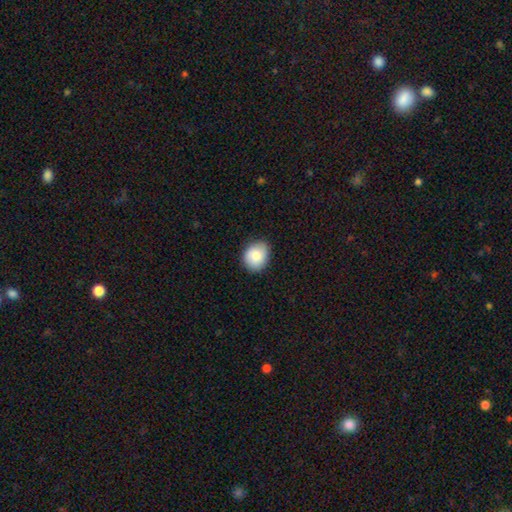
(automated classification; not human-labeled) Smooth or featured: smooth — 83% (featured or disk — 10%)
How rounded: round — 54% (in between — 45%)
Merging: none — 83% (minor disturbance — 13%)